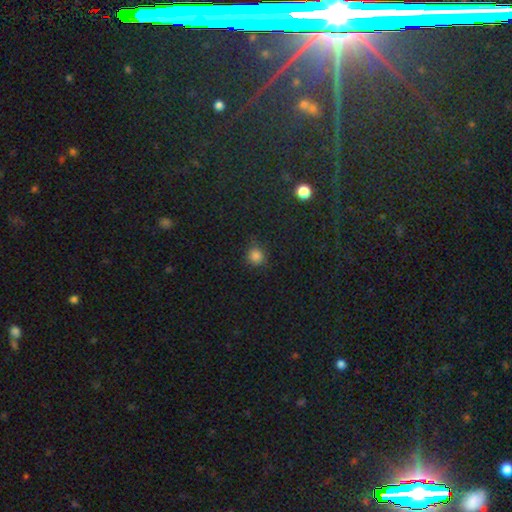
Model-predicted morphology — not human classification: Overall: smooth (79%). How rounded: round (88%). Merging: none (79%).